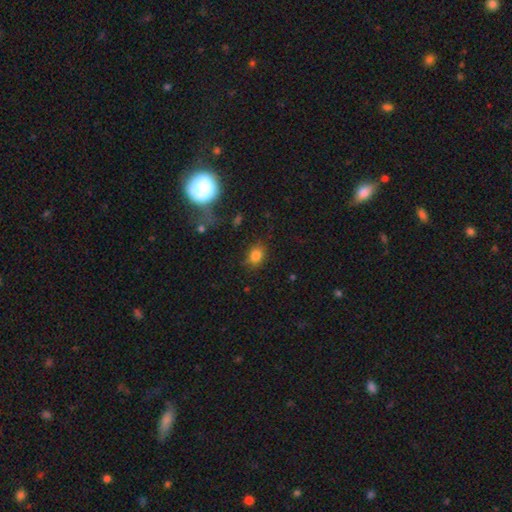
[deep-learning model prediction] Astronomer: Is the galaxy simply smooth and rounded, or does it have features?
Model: smooth — 81%.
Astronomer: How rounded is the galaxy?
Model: in between — 58% (runner-up: round, 40%).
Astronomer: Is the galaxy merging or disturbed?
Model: none — 79%.